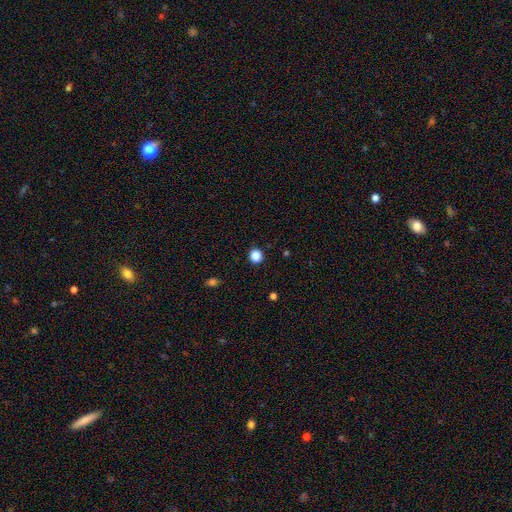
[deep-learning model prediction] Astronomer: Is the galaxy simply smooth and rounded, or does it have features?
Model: smooth — 86%.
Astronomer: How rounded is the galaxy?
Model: round — 92%.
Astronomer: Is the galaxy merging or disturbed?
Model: none — 92%.